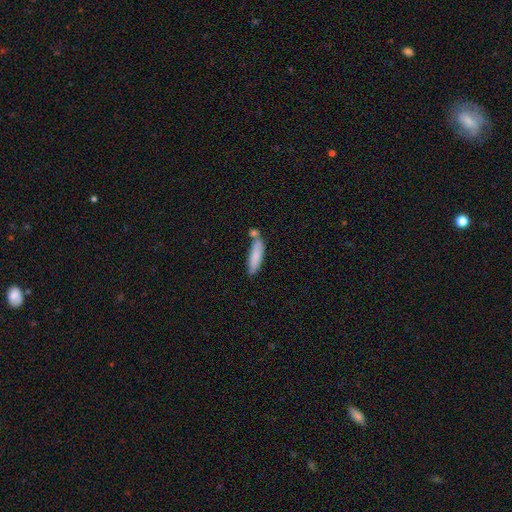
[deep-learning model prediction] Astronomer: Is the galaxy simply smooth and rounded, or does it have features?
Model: smooth — 82%.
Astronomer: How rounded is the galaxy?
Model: cigar-shaped — 68%.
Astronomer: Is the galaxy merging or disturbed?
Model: none — 57%.